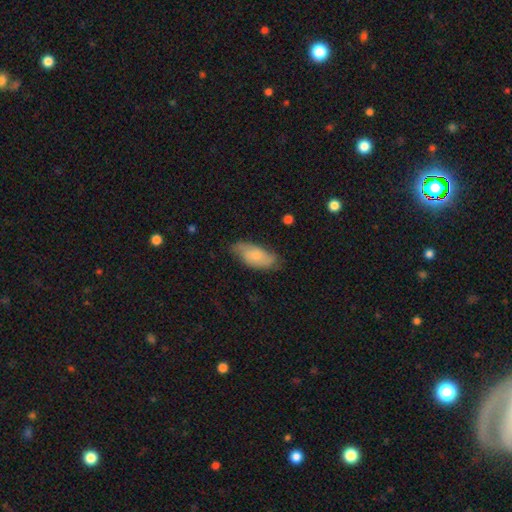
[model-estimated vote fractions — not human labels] smooth_or_featured: smooth (p=0.65) [alt: featured or disk p=0.29]
how_rounded: in between (p=0.87) [alt: cigar-shaped p=0.10]
merging: none (p=0.68) [alt: minor disturbance p=0.25]